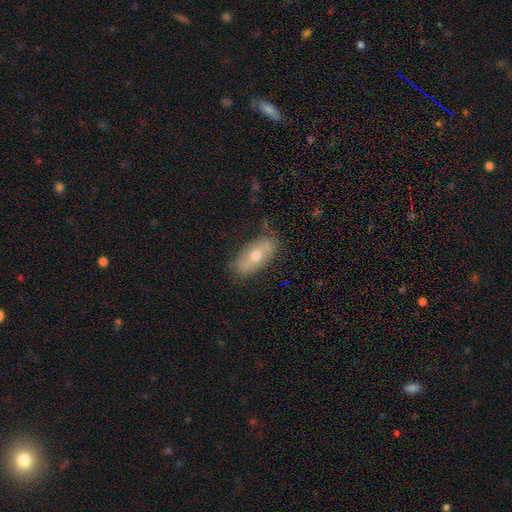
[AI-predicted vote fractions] Smooth or featured: smooth — 52% (featured or disk — 41%)
How rounded: in between — 85% (cigar-shaped — 11%)
Merging: none — 79% (minor disturbance — 16%)